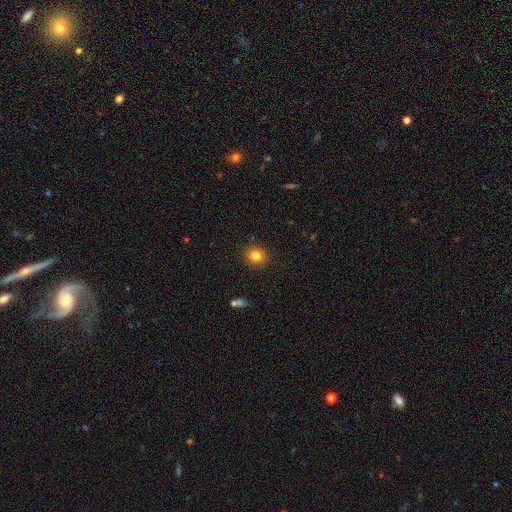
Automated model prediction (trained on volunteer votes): Q: Smooth or featured?
A: smooth (83%); runner-up: star or artifact (11%)
Q: How rounded?
A: round (81%); runner-up: in between (18%)
Q: Merging?
A: none (90%); runner-up: minor disturbance (7%)